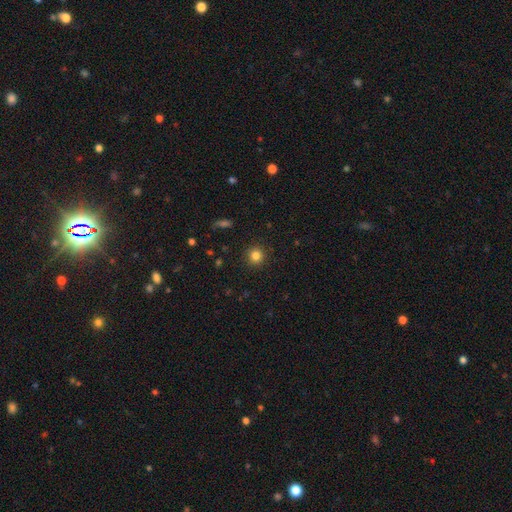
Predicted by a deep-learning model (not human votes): This is clearly a smooth galaxy (83%). How rounded: clearly round (93%). Merging: clearly none (92%).